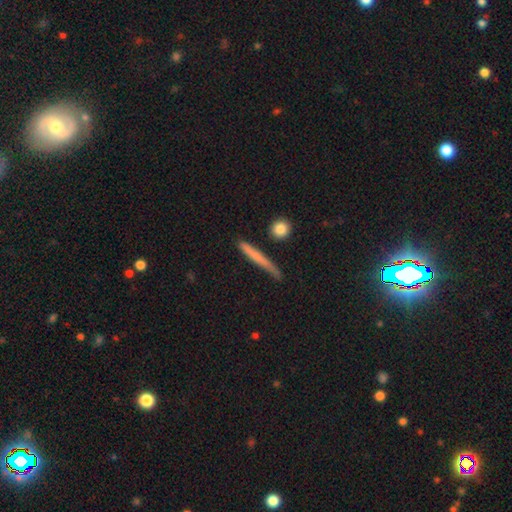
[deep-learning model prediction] smooth_or_featured: smooth (p=0.63) [alt: featured or disk p=0.31]
how_rounded: cigar-shaped (p=0.94) [alt: in between p=0.03]
merging: none (p=0.74) [alt: minor disturbance p=0.18]